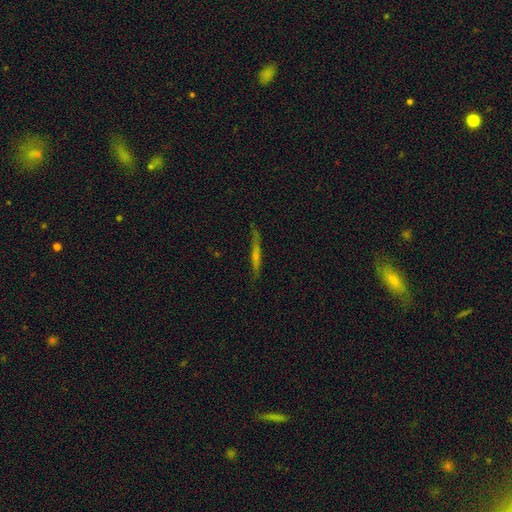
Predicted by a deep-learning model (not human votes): Morphology: type=featured or disk (57%); edge-on=yes (95%); edge-on bulge=none (56%); merging=none (84%).